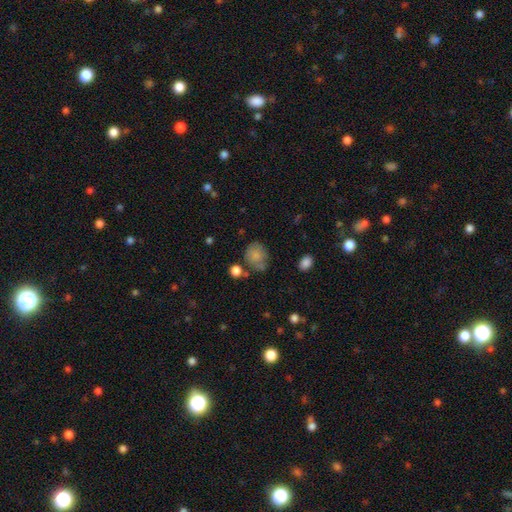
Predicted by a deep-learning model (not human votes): smooth 77%, featured or disk 14%, star or artifact 9%. Down the decision tree: how rounded — round (59%); merging — none (54%).